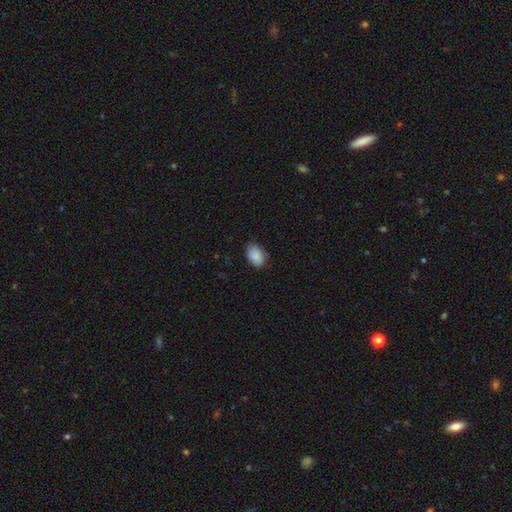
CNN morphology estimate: Smooth or featured? Predicted: smooth (p=0.89). How rounded? Predicted: in between (p=0.84). Merging? Predicted: none (p=0.77).